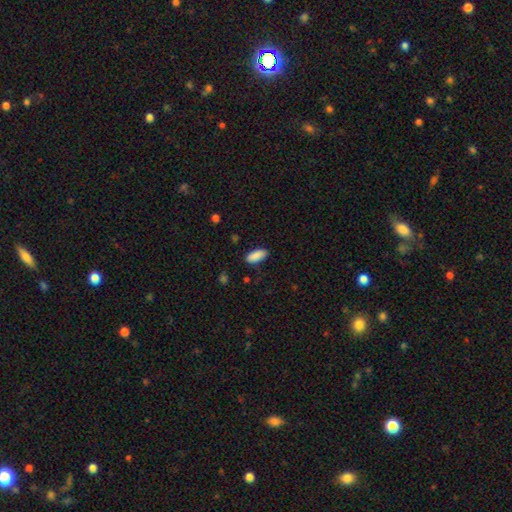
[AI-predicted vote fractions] Q: Smooth or featured?
A: smooth (89%); runner-up: star or artifact (6%)
Q: How rounded?
A: in between (85%); runner-up: cigar-shaped (13%)
Q: Merging?
A: none (85%); runner-up: minor disturbance (12%)